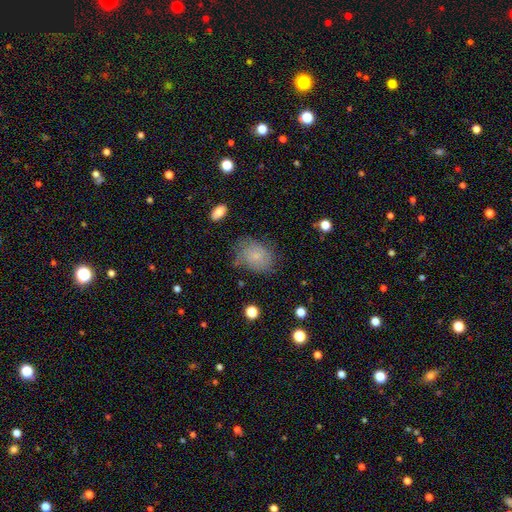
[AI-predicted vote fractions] Smooth or featured? Predicted: smooth (p=0.64). How rounded? Predicted: in between (p=0.64). Merging? Predicted: none (p=0.60).